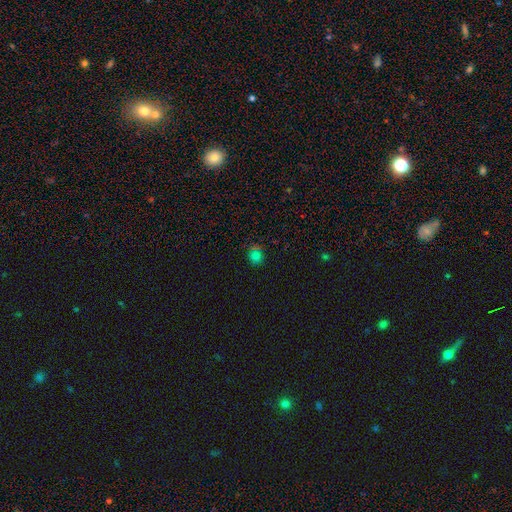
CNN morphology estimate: smooth-or-featured: smooth: 70% | star or artifact: 24% | featured or disk: 6%
  how-rounded: round: 72% | in between: 26% | cigar-shaped: 1%
  merging: none: 74% | minor disturbance: 17% | major disturbance: 5% | merger: 5%